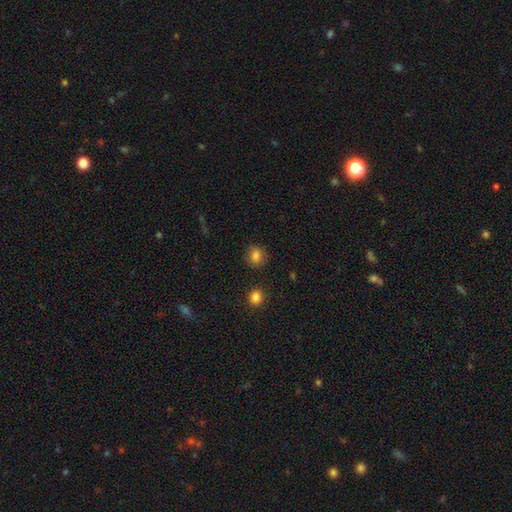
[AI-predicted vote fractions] Smooth or featured?
  - smooth: 84% *
  - star or artifact: 11%
  - featured or disk: 5%
How rounded?
  - round: 66% *
  - in between: 32%
  - cigar-shaped: 1%
Merging?
  - none: 86% *
  - minor disturbance: 9%
  - major disturbance: 3%
  - merger: 2%